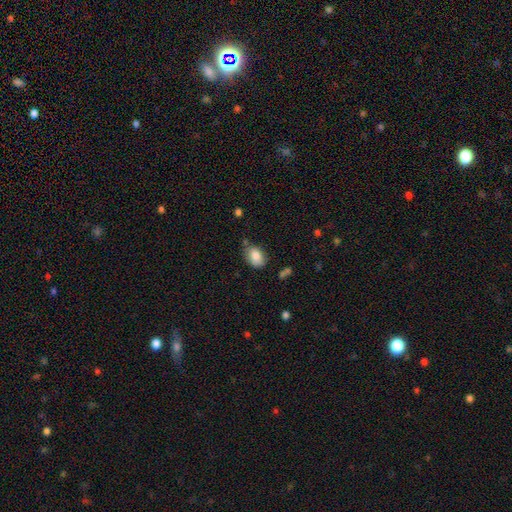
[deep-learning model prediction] Q: Smooth or featured?
A: smooth (83%); runner-up: featured or disk (9%)
Q: How rounded?
A: in between (79%); runner-up: round (20%)
Q: Merging?
A: none (63%); runner-up: minor disturbance (26%)